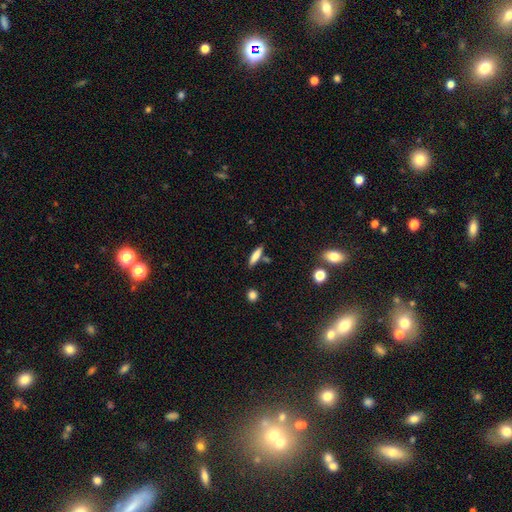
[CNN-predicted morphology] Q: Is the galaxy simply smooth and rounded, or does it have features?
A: smooth — 76%.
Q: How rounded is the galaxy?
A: cigar-shaped — 75%.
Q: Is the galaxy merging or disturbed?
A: none — 77%.